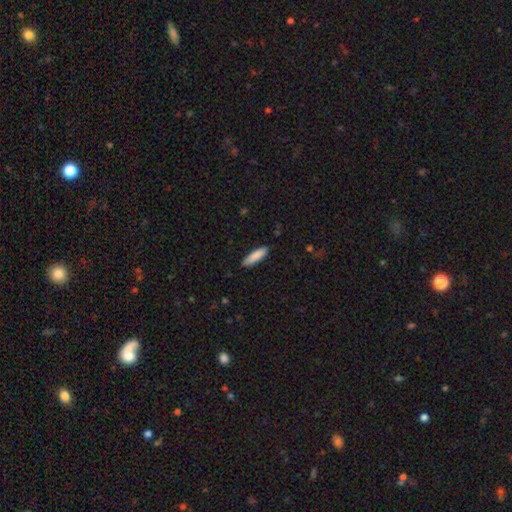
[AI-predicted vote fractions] smooth-or-featured: smooth: 88% | featured or disk: 7% | star or artifact: 6%
  how-rounded: cigar-shaped: 65% | in between: 33% | round: 1%
  merging: none: 88% | minor disturbance: 9% | major disturbance: 2% | merger: 1%